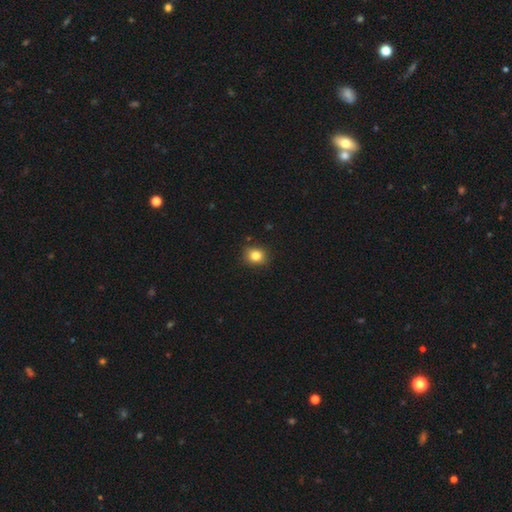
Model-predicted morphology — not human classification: The model was most divided on "how rounded": round: 72%, in between: 27%, cigar-shaped: 1%. More confident: merging — none (87%); smooth or featured — smooth (82%).